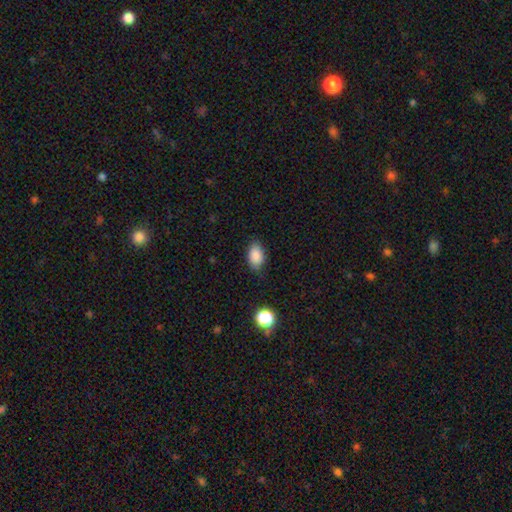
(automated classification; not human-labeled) Smooth or featured?
  - smooth: 86% *
  - star or artifact: 9%
  - featured or disk: 5%
How rounded?
  - in between: 89% *
  - round: 9%
  - cigar-shaped: 2%
Merging?
  - none: 77% *
  - minor disturbance: 18%
  - major disturbance: 4%
  - merger: 2%